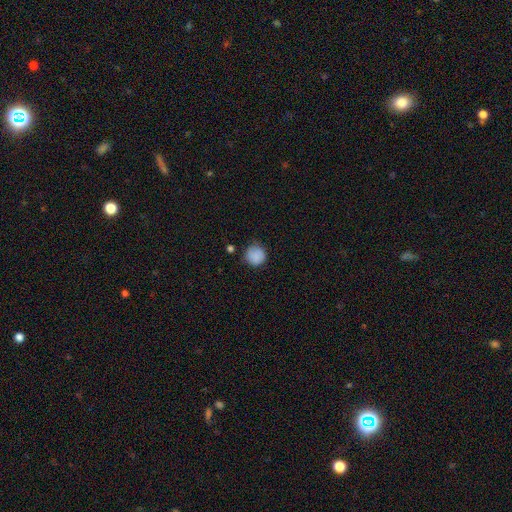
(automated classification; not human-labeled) smooth-or-featured: smooth: 86% | star or artifact: 9% | featured or disk: 5%
  how-rounded: round: 91% | in between: 8% | cigar-shaped: 1%
  merging: none: 73% | minor disturbance: 20% | major disturbance: 4% | merger: 3%